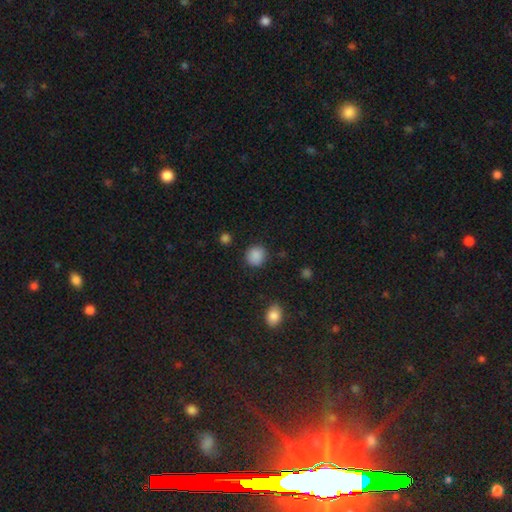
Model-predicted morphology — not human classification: The model was most divided on "how rounded": round: 86%, in between: 13%, cigar-shaped: 1%. More confident: smooth or featured — smooth (88%); merging — none (87%).